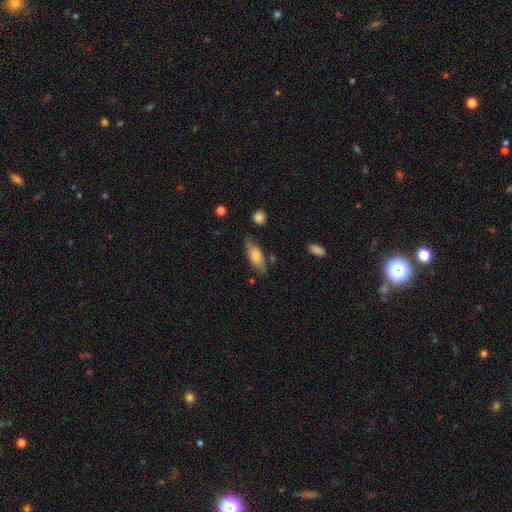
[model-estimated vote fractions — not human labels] The model was most divided on "how rounded": in between: 70%, cigar-shaped: 28%, round: 3%. More confident: merging — none (68%); smooth or featured — smooth (68%).